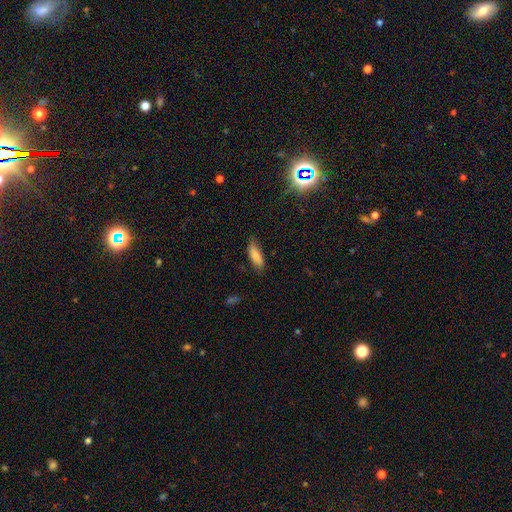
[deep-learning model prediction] Smooth or featured: smooth — 85% (featured or disk — 8%)
How rounded: in between — 61% (cigar-shaped — 37%)
Merging: none — 73% (minor disturbance — 21%)